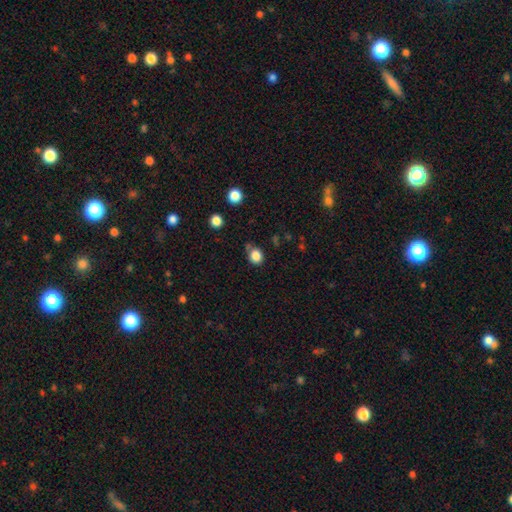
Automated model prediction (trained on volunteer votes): This is clearly a smooth galaxy (84%). How rounded: likely round (68%). Merging: likely none (72%).